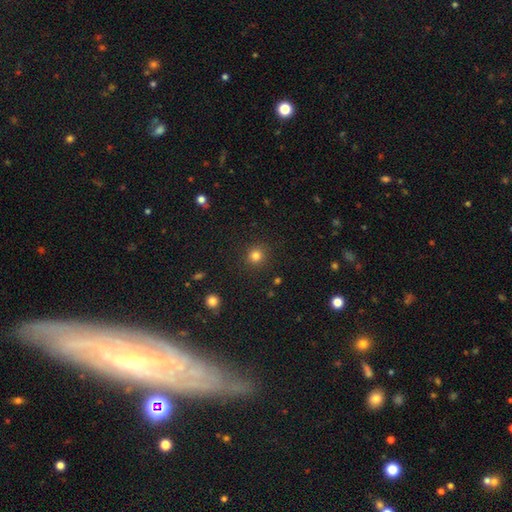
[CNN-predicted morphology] This appears to be a smooth galaxy with no disk features (82%) that is round (92%). Merging: none (90%).